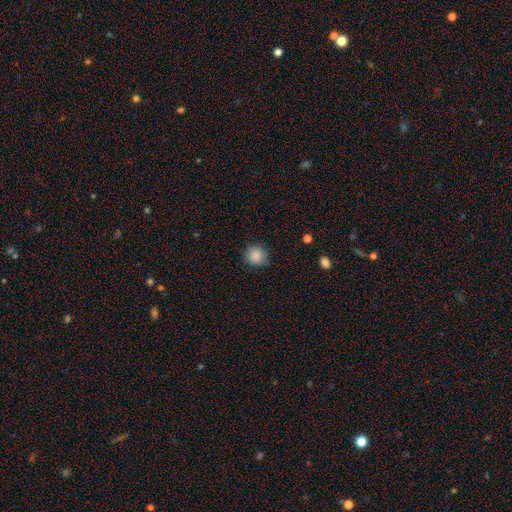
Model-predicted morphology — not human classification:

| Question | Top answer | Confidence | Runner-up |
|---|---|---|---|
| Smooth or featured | smooth | 87% | star or artifact (9%) |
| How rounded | round | 90% | in between (9%) |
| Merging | none | 84% | minor disturbance (12%) |